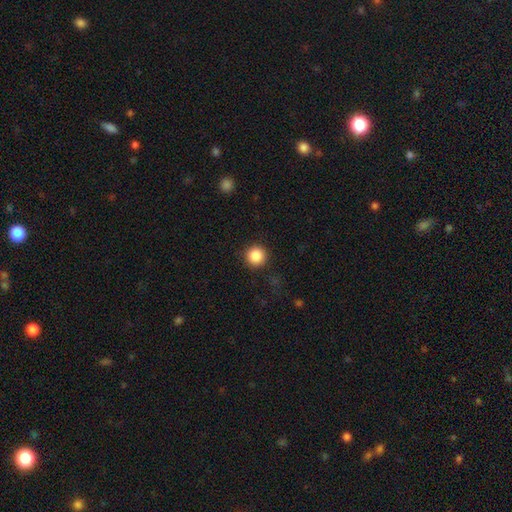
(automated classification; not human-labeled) Smooth or featured? smooth (87%)
How rounded? round (96%)
Merging? none (91%)